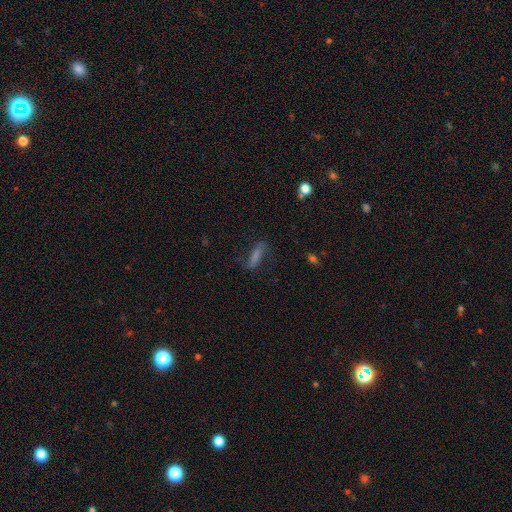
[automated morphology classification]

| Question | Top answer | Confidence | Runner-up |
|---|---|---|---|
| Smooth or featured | smooth | 47% | featured or disk (36%) |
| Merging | none | 70% | minor disturbance (18%) |